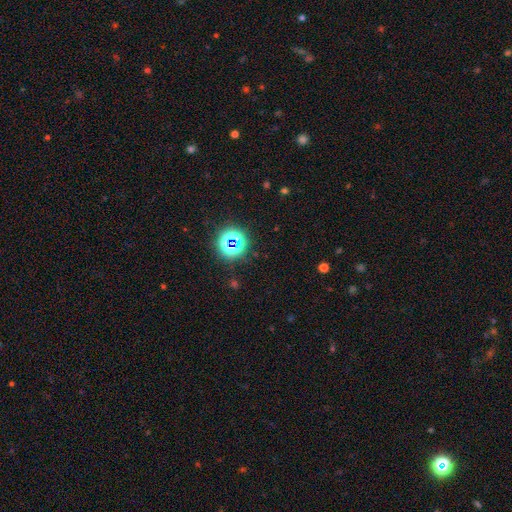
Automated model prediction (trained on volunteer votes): smooth_or_featured: star or artifact (p=0.72) [alt: smooth p=0.20]